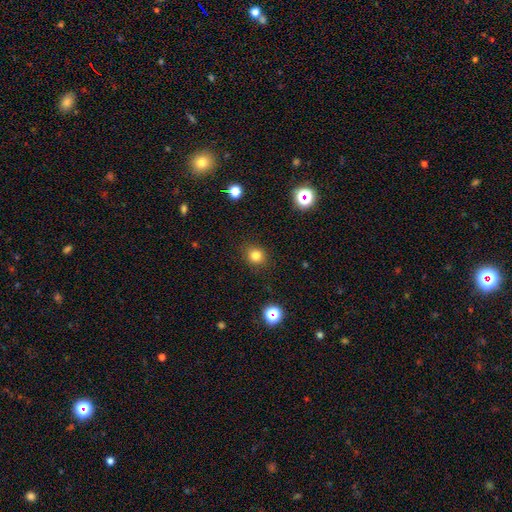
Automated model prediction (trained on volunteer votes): This appears to be a smooth galaxy with no disk features (81%) that is round (83%). Merging: none (88%).